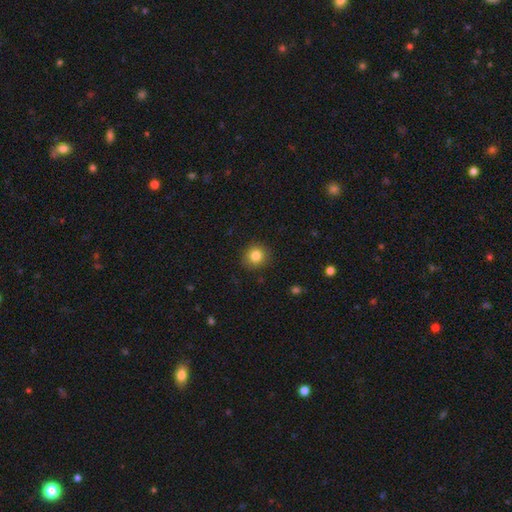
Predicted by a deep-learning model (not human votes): A smooth galaxy with no disk features (83%) that is round (91%). Merging: none (90%).